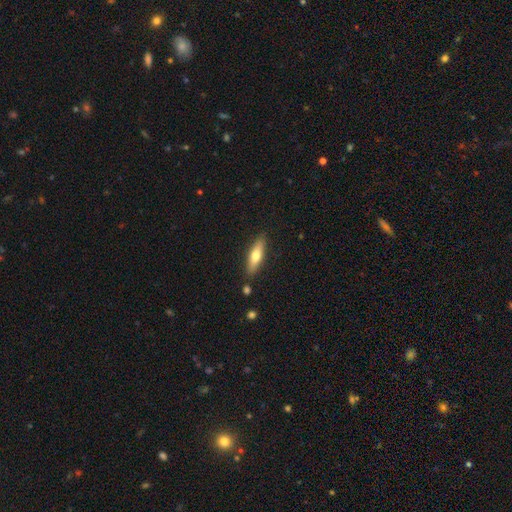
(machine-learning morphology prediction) Smooth or featured: smooth — 60% (featured or disk — 34%)
How rounded: cigar-shaped — 62% (in between — 36%)
Merging: none — 86% (minor disturbance — 10%)